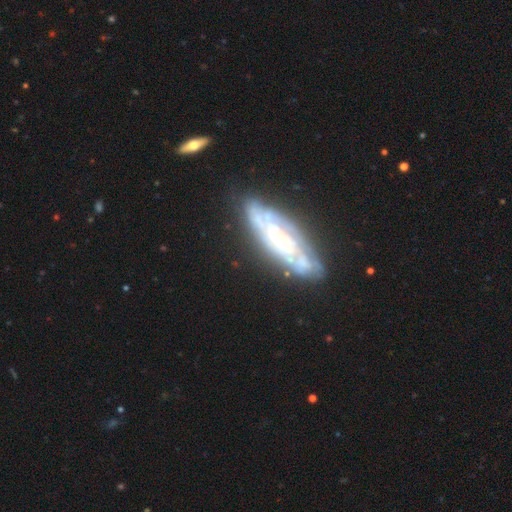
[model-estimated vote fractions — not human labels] Smooth or featured: featured or disk — 67% (smooth — 23%)
Edge-on disk: yes — 63% (no — 37%)
Merging: none — 73% (minor disturbance — 16%)